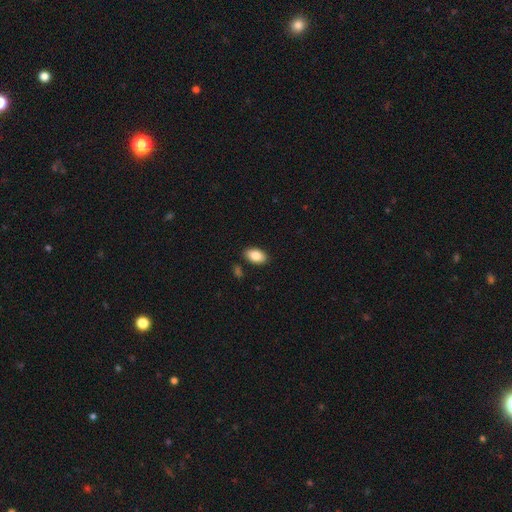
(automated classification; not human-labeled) The model was most divided on "smooth or featured": smooth: 85%, featured or disk: 8%, star or artifact: 7%. More confident: how rounded — in between (93%); merging — none (87%).